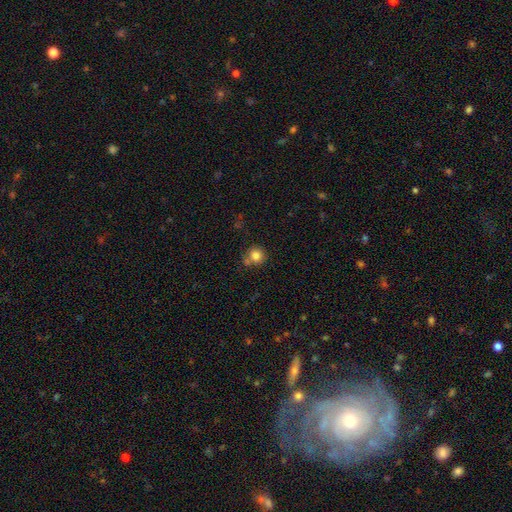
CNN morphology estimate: Smooth or featured? smooth (82%)
How rounded? round (90%)
Merging? none (66%)